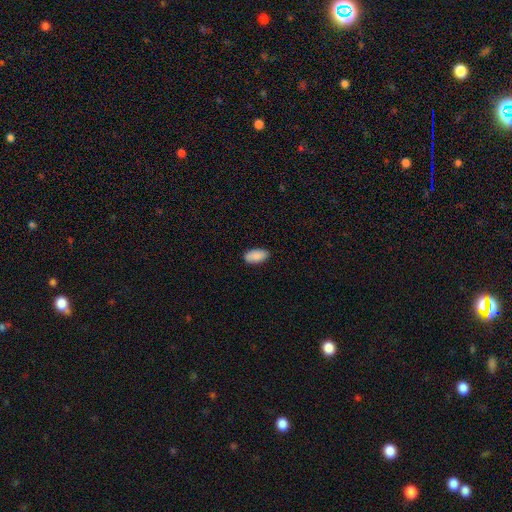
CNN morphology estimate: A smooth galaxy with no disk features (90%) that is in between round and cigar-shaped (94%).

Vote fractions:
- Smooth or featured? smooth: 90% / star or artifact: 6% / featured or disk: 4%
- How rounded? in between: 94% / cigar-shaped: 4% / round: 2%
- Merging? none: 87% / minor disturbance: 10% / major disturbance: 2% / merger: 1%